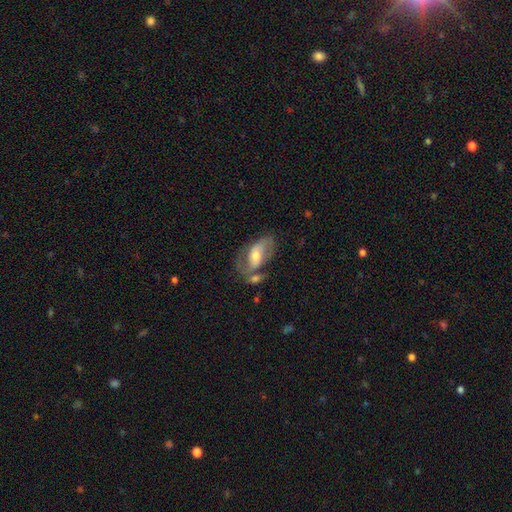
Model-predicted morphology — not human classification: A featured or disk galaxy (57%) with no bar (43%), spiral arms (67%) and a moderate central bulge (59%).

Vote fractions:
- Smooth or featured? featured or disk: 57% / smooth: 36% / star or artifact: 7%
- Edge-on disk? no: 91% / yes: 9%
- Bar? no: 43% / weak: 36% / strong: 21%
- Spiral arms? yes: 67% / no: 33%
- Bulge size? moderate: 59% / small: 28% / large: 10% / none: 2% / dominant: 1%
- Merging? none: 40% / merger: 23% / minor disturbance: 21% / major disturbance: 17%